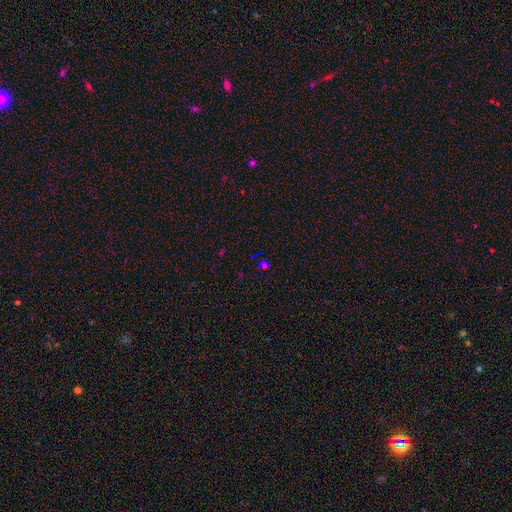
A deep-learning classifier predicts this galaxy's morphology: This is likely a star or artifact rather than a galaxy (61%).